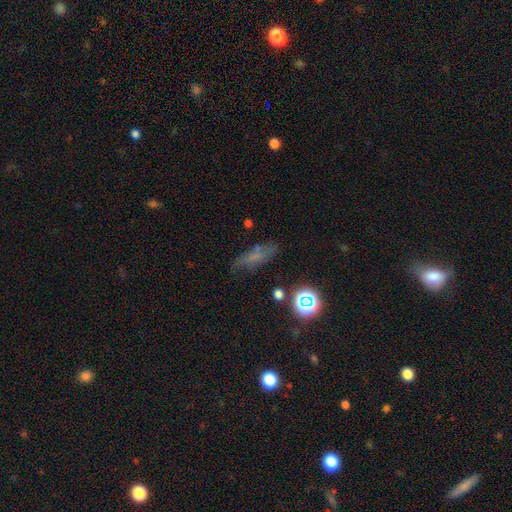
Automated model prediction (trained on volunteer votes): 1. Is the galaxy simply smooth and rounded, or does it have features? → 52% smooth, 28% featured or disk, 20% star or artifact.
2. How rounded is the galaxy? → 48% in between, 44% cigar-shaped, 8% round.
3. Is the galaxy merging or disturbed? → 64% none, 22% minor disturbance, 9% major disturbance, 4% merger.